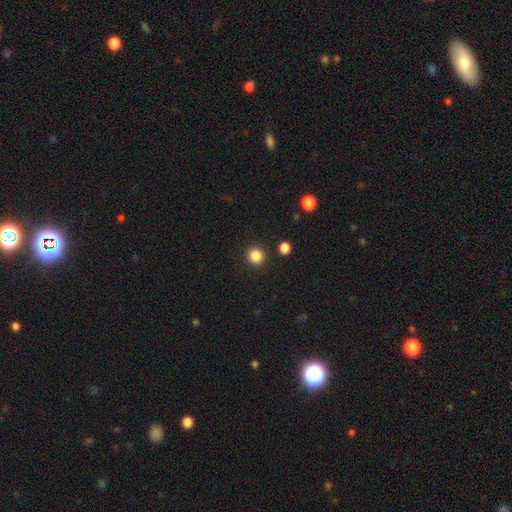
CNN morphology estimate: Overall: smooth (86%). How rounded: round (88%). Merging: none (90%).